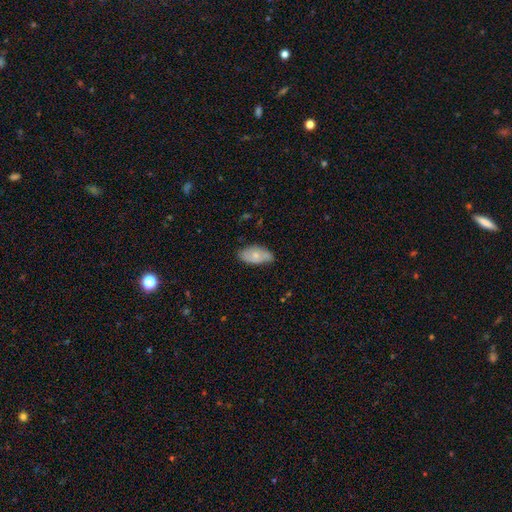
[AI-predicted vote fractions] smooth-or-featured: smooth: 66% | featured or disk: 27% | star or artifact: 6%
  how-rounded: in between: 93% | round: 4% | cigar-shaped: 3%
  merging: none: 69% | minor disturbance: 25% | major disturbance: 4% | merger: 1%